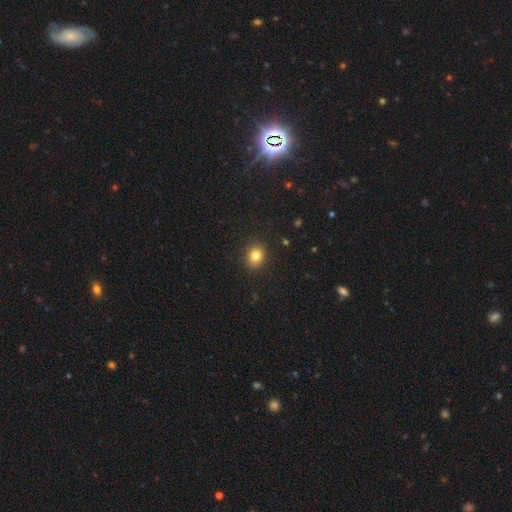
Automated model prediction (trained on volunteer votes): The model was most divided on "how rounded": round: 67%, in between: 32%, cigar-shaped: 1%. More confident: merging — none (90%); smooth or featured — smooth (82%).